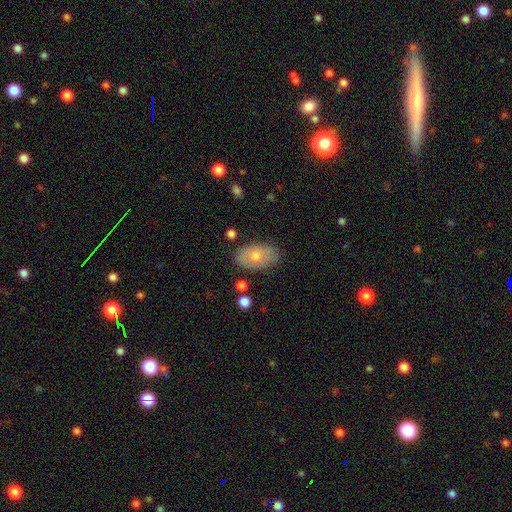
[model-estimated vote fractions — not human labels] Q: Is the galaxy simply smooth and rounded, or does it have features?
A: smooth — 69%.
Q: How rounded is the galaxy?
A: in between — 92%.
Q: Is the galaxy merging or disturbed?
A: none — 79%.